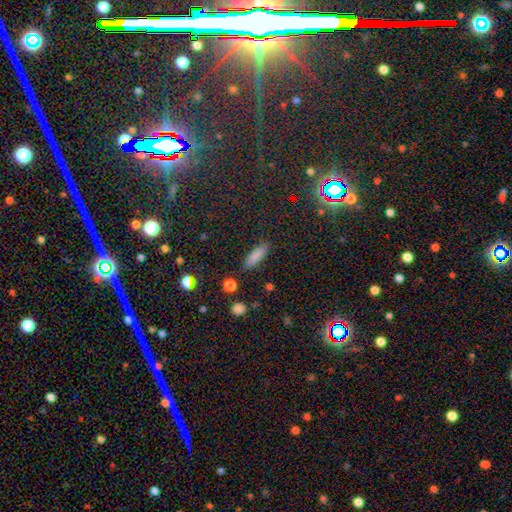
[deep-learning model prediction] smooth 82%, star or artifact 10%, featured or disk 8%. Down the decision tree: how rounded — cigar-shaped (51%); merging — none (85%).